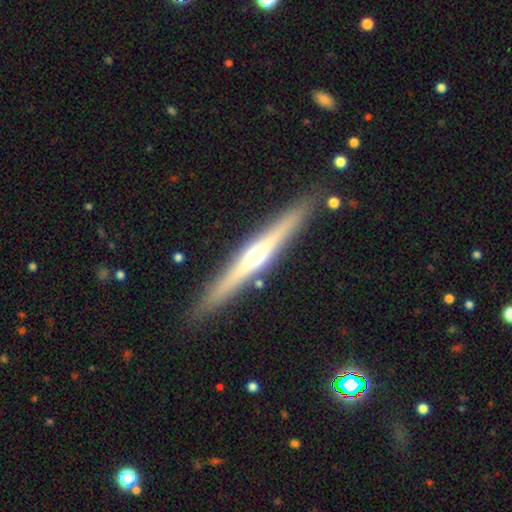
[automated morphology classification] Smooth or featured? Predicted: featured or disk (p=0.69). Edge-on disk? Predicted: yes (p=0.97). Edge-on bulge? Predicted: rounded (p=0.89). Merging? Predicted: none (p=0.87).